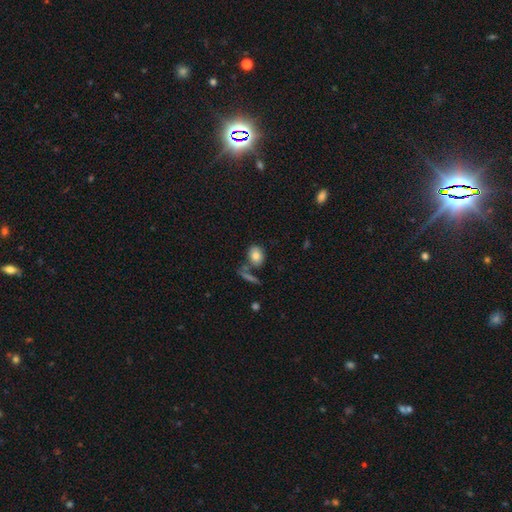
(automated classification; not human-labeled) smooth 81%, featured or disk 11%, star or artifact 8%. Down the decision tree: how rounded — in between (67%); merging — none (64%).